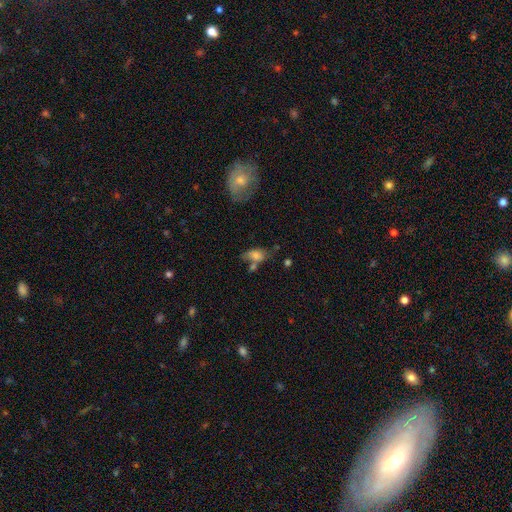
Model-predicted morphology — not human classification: This is likely a smooth galaxy (70%). How rounded: clearly in between (86%). Merging: marginally none (40%).